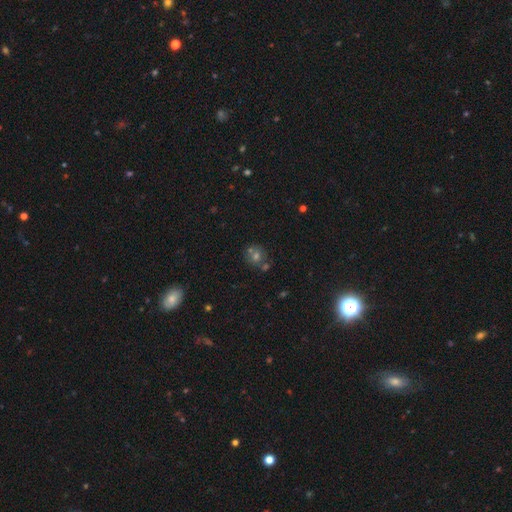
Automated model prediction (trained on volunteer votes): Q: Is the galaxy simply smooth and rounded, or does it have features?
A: smooth — 51%.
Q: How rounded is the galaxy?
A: round — 81%.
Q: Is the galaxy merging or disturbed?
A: none — 63%.